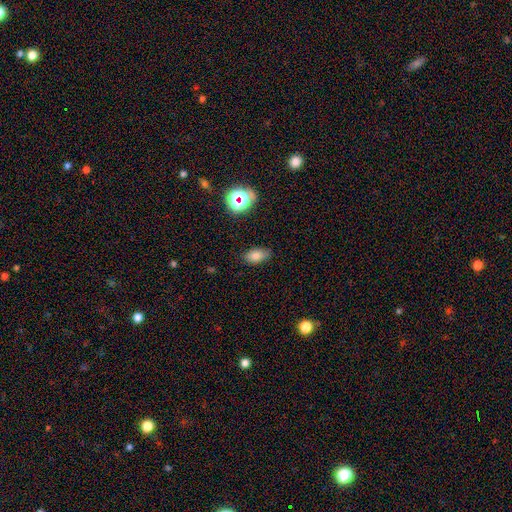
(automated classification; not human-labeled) Overall: smooth (78%). How rounded: in between (88%). Merging: none (79%).